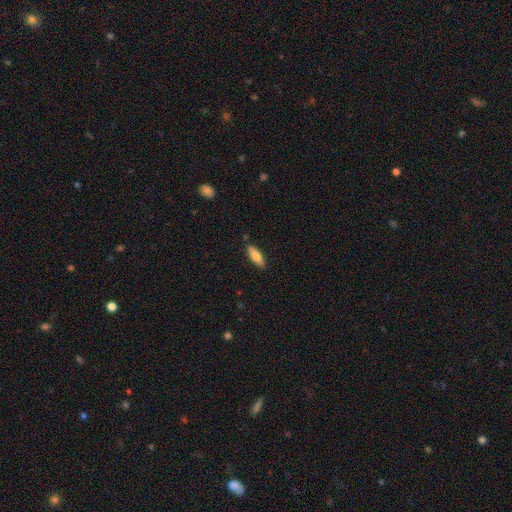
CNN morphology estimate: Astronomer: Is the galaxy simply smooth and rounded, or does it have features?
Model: smooth — 72%.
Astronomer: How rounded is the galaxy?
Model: in between — 55% (runner-up: cigar-shaped, 43%).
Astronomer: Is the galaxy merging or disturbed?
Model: none — 86%.